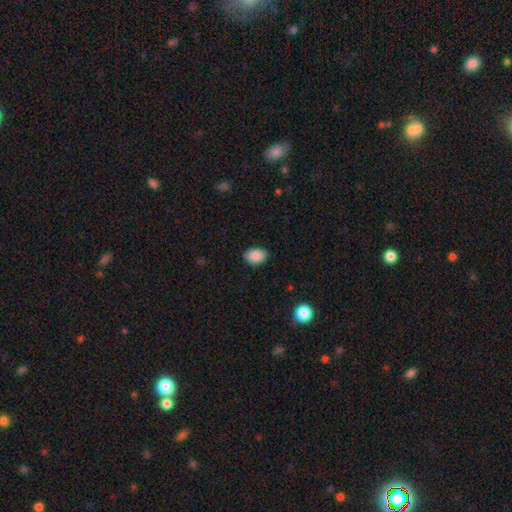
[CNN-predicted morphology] Smooth or featured: smooth — 89% (star or artifact — 8%)
How rounded: in between — 83% (round — 16%)
Merging: none — 84% (minor disturbance — 13%)